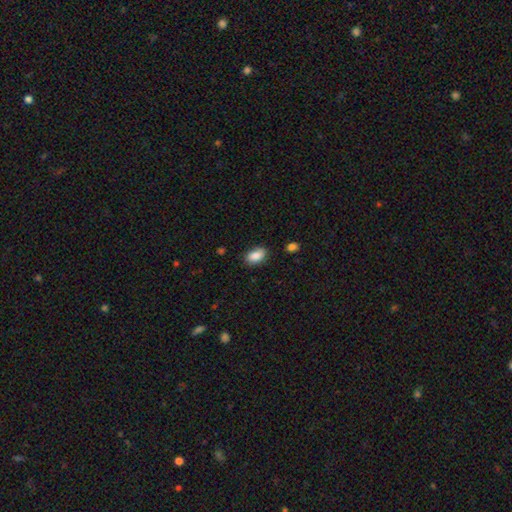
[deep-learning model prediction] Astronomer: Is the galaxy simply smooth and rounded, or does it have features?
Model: smooth — 87%.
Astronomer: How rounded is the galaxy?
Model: in between — 91%.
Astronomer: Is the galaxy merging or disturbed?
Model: none — 80%.